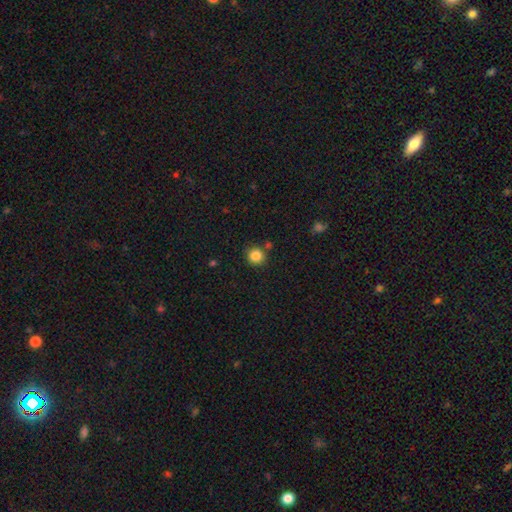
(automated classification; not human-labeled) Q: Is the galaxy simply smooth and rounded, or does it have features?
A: smooth — 85%.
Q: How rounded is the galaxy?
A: round — 91%.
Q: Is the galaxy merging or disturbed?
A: none — 83%.